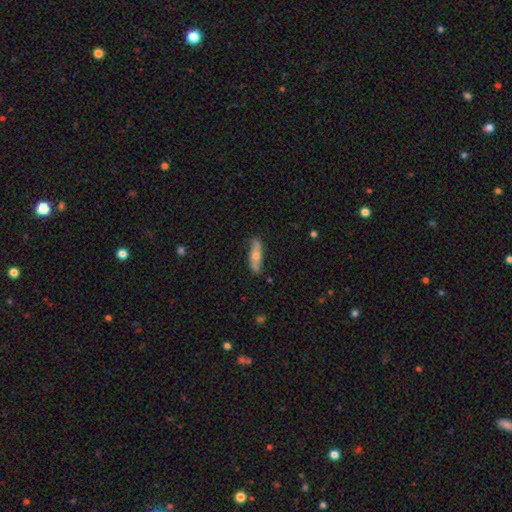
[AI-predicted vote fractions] smooth_or_featured: smooth (p=0.48) [alt: featured or disk p=0.46]
merging: none (p=0.79) [alt: minor disturbance p=0.16]